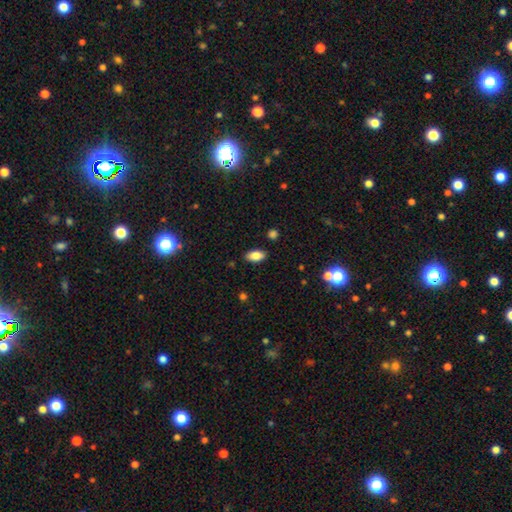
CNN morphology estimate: Smooth or featured: smooth — 85% (star or artifact — 8%)
How rounded: in between — 91% (cigar-shaped — 5%)
Merging: none — 87% (minor disturbance — 9%)